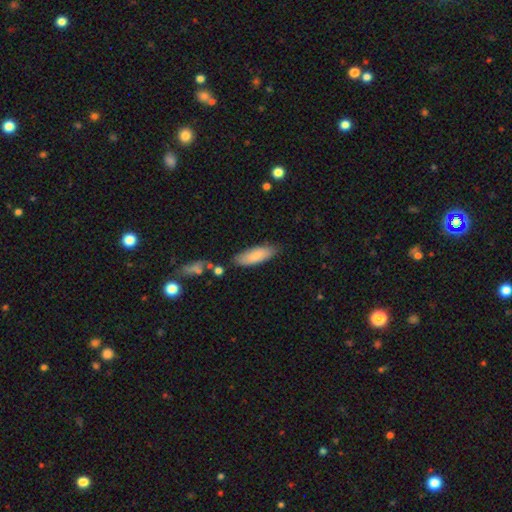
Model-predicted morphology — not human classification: The model was most divided on "how rounded": in between: 63%, cigar-shaped: 35%, round: 2%. More confident: smooth or featured — smooth (83%); merging — none (79%).